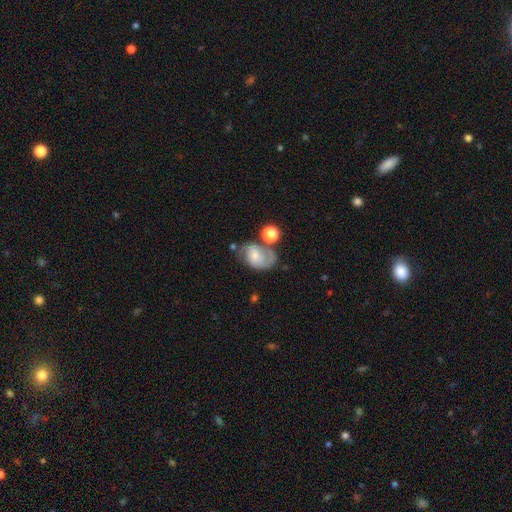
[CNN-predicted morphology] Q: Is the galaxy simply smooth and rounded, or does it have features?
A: featured or disk — 52%.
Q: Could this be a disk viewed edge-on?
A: no — 97%.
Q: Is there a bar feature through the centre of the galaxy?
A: no — 59%.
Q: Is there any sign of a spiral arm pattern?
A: yes — 81%.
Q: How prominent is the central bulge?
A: small — 47%.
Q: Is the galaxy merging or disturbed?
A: none — 41%.